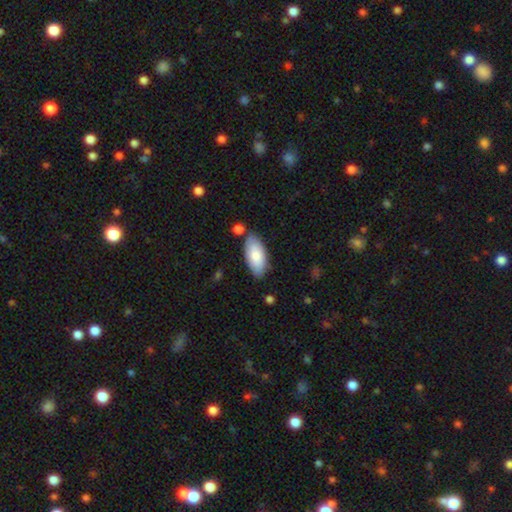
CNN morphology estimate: This appears to be a smooth galaxy with no disk features (81%) that is in between round and cigar-shaped (89%). Merging: none (78%).